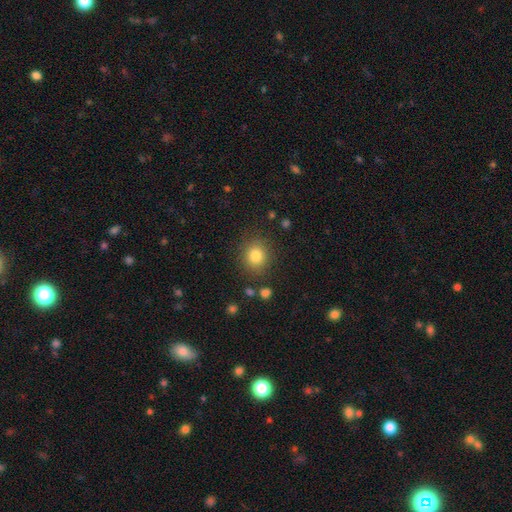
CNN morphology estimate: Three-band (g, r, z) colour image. It shows a smooth galaxy with no disk features (82%) that is round (83%). Merging: none (85%).